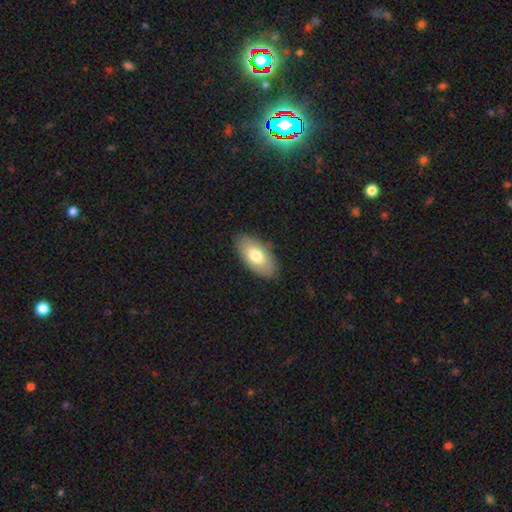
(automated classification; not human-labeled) smooth_or_featured: smooth (p=0.73) [alt: featured or disk p=0.21]
how_rounded: in between (p=0.93) [alt: cigar-shaped p=0.04]
merging: none (p=0.85) [alt: minor disturbance p=0.11]